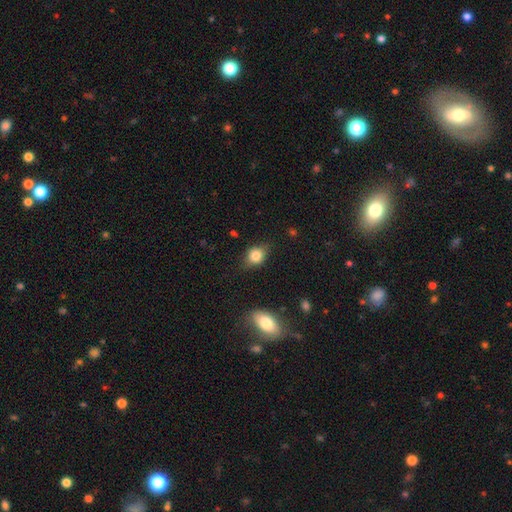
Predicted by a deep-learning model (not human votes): Smooth or featured? smooth (80%)
How rounded? in between (53%)
Merging? none (72%)